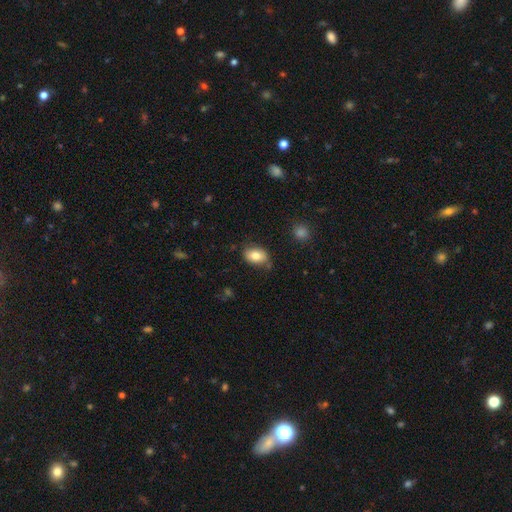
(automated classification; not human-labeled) Q: Smooth or featured?
A: smooth (80%); runner-up: featured or disk (12%)
Q: How rounded?
A: in between (84%); runner-up: round (14%)
Q: Merging?
A: none (75%); runner-up: minor disturbance (18%)